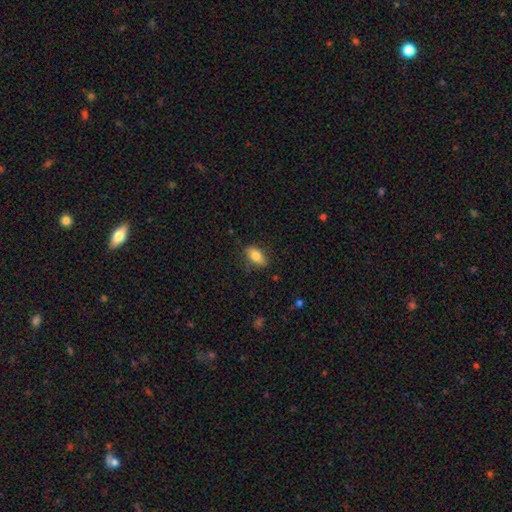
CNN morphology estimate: Overall: smooth (81%). How rounded: in between (89%). Merging: none (79%).